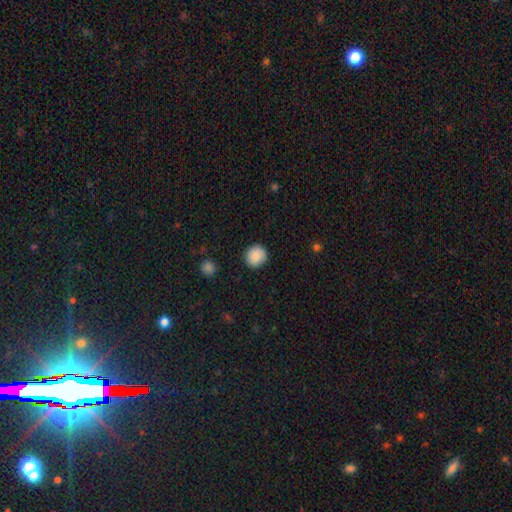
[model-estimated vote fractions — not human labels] A smooth galaxy with no disk features (87%) that is round (90%). Merging: none (87%).